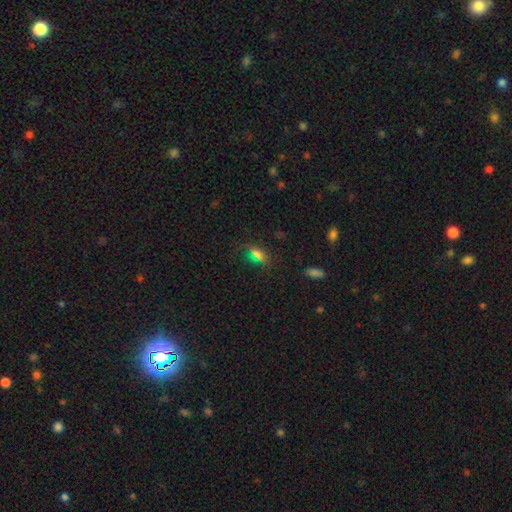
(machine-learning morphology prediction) Overall: smooth (55%; star or artifact 32%). How rounded: in between (68%). Merging: none (78%).